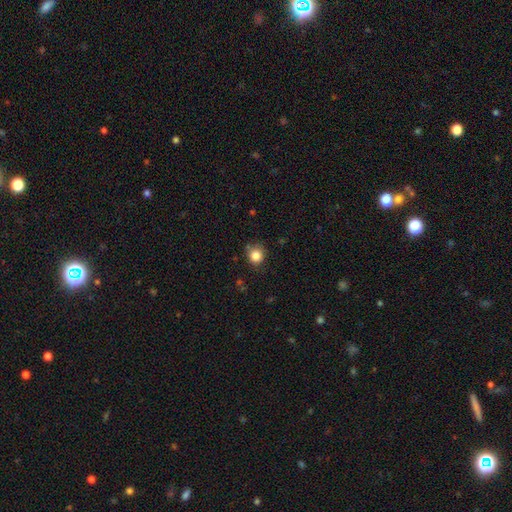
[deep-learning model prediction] A smooth galaxy with no disk features (84%) that is round (86%).

Vote fractions:
- Smooth or featured? smooth: 84% / star or artifact: 11% / featured or disk: 5%
- How rounded? round: 86% / in between: 13% / cigar-shaped: 1%
- Merging? none: 77% / minor disturbance: 16% / major disturbance: 4% / merger: 3%